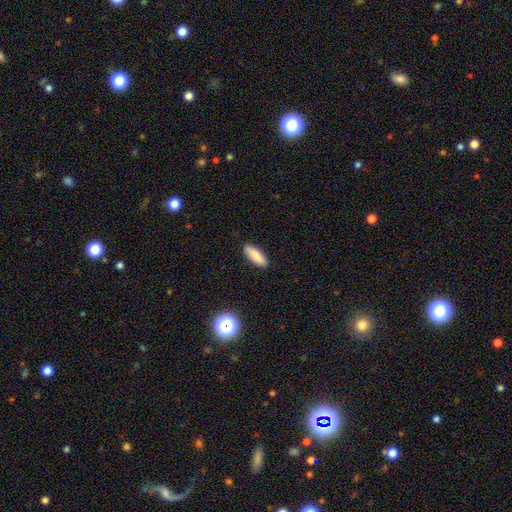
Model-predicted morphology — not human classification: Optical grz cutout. It shows a smooth galaxy with no disk features (86%) that is in between round and cigar-shaped (61%). Merging: none (89%).